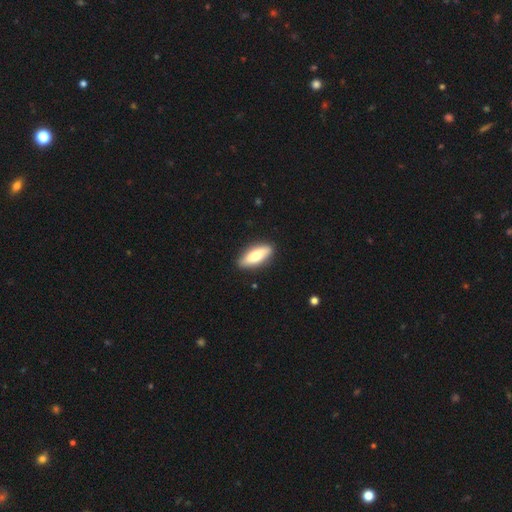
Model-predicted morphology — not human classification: Smooth or featured? Predicted: smooth (p=0.67). How rounded? Predicted: in between (p=0.66). Merging? Predicted: none (p=0.88).